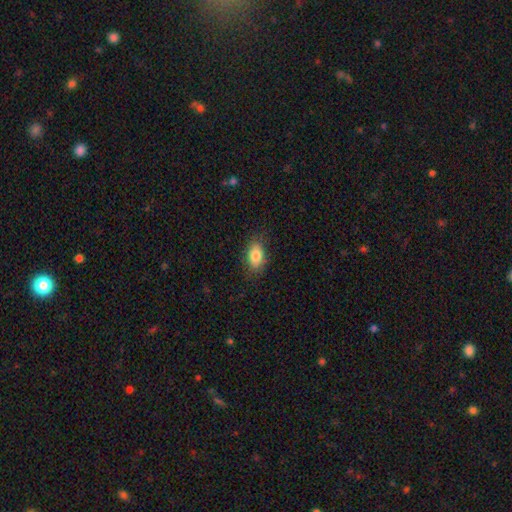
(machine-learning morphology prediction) Smooth or featured: smooth — 83% (featured or disk — 10%)
How rounded: in between — 86% (round — 13%)
Merging: none — 81% (minor disturbance — 15%)